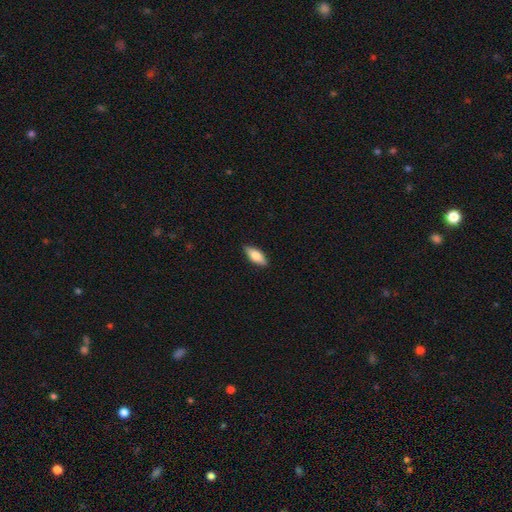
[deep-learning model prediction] This appears to be a smooth galaxy with no disk features (75%) that is in between round and cigar-shaped (76%). Merging: none (88%).